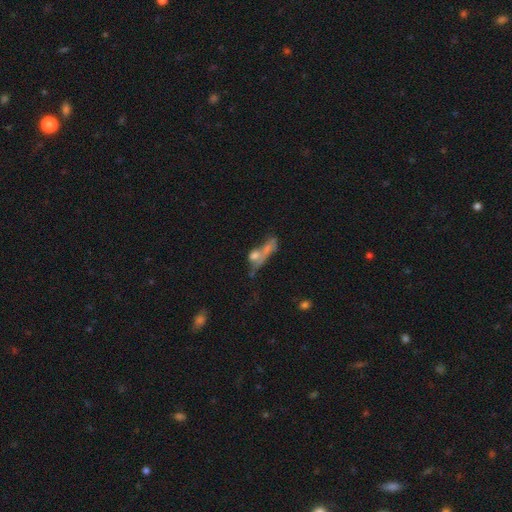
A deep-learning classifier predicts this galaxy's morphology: Q: Smooth or featured?
A: smooth (47%); runner-up: featured or disk (36%)
Q: Merging?
A: merger (45%); runner-up: major disturbance (23%)